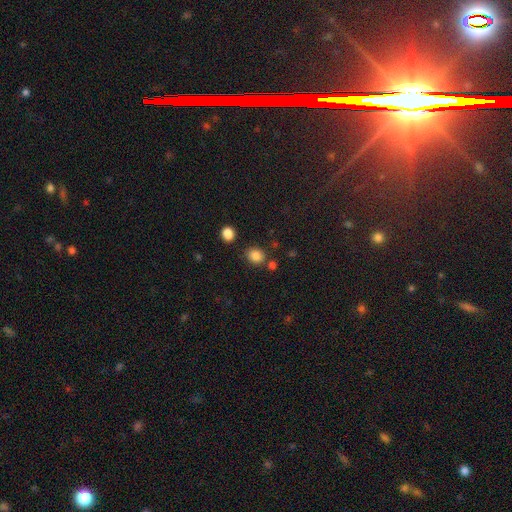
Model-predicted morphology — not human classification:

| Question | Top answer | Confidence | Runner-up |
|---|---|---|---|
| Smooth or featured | smooth | 85% | star or artifact (11%) |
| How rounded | round | 61% | in between (38%) |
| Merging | none | 79% | minor disturbance (11%) |